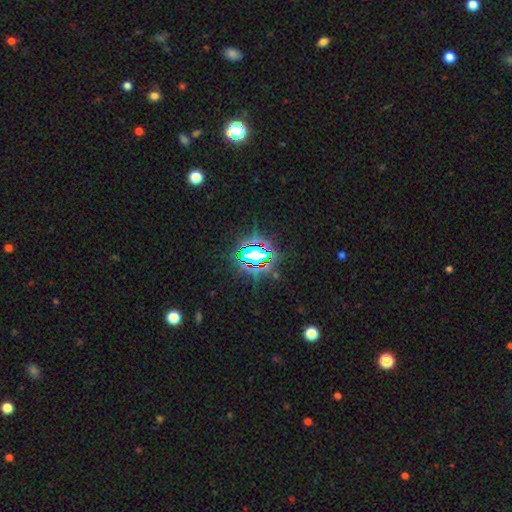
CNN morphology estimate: A star or artifact, not a galaxy (73%).